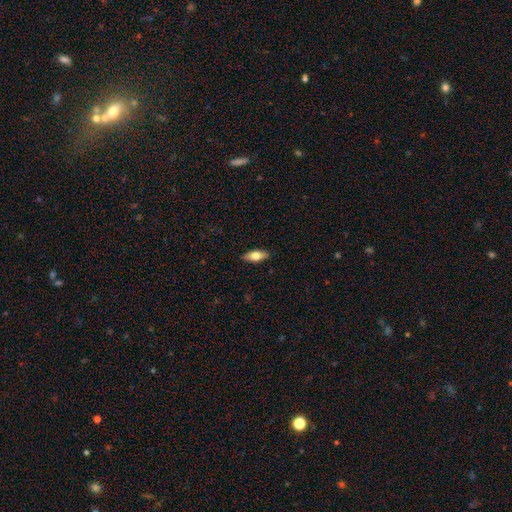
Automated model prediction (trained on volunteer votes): Morphology: type=smooth (68%); roundness=in between (71%); merging=none (89%).